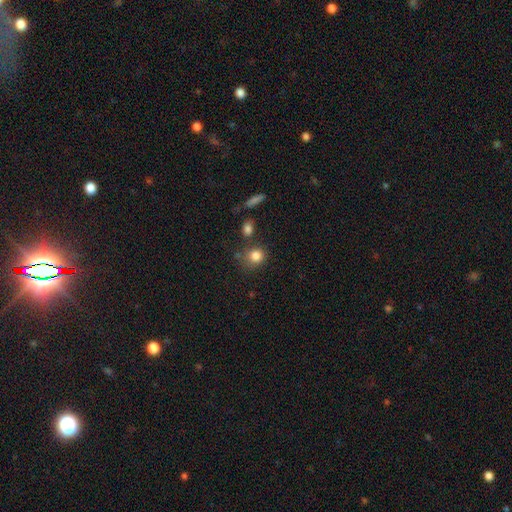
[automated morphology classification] This appears to be a smooth galaxy with no disk features (82%) that is round (77%). Merging: none (67%).